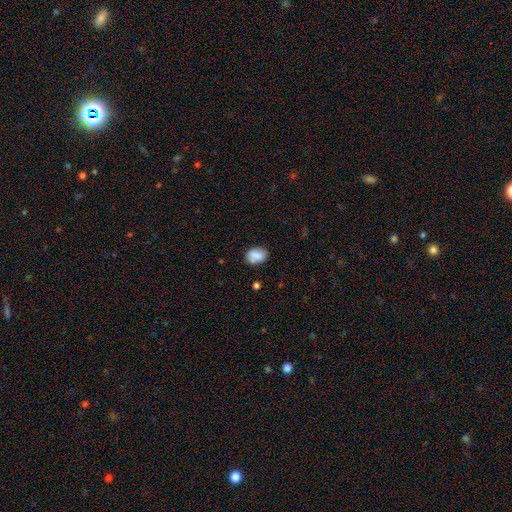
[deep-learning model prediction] Morphology: type=smooth (79%); roundness=in between (73%); merging=none (73%).